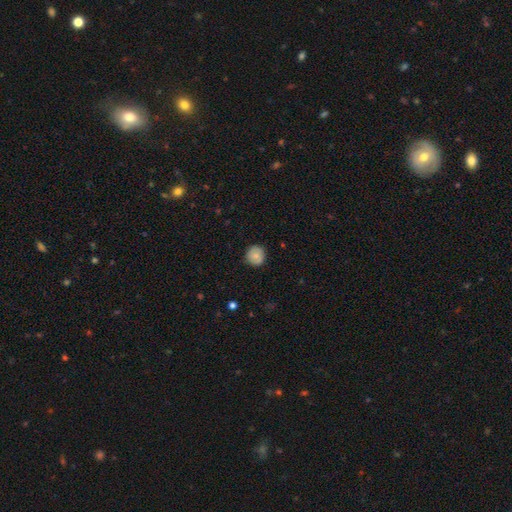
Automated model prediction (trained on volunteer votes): This appears to be a smooth galaxy with no disk features (74%) that is round (91%). Merging: none (82%).